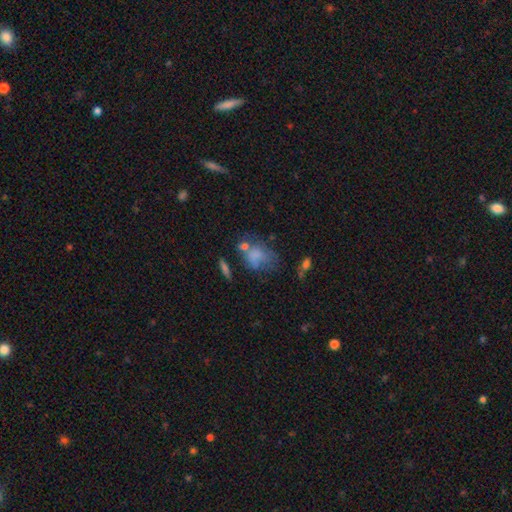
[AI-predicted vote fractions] The model was most divided on "merging": none: 31%, major disturbance: 27%, minor disturbance: 24%, merger: 18%. More confident: how rounded — in between (67%); smooth or featured — smooth (63%).